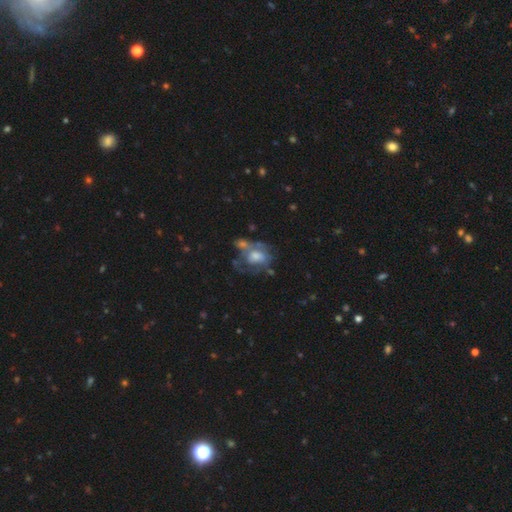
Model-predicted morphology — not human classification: A featured or disk galaxy (57%) with no bar (72%), spiral arms (51%) and a moderate central bulge (47%). Merging: none (39%).